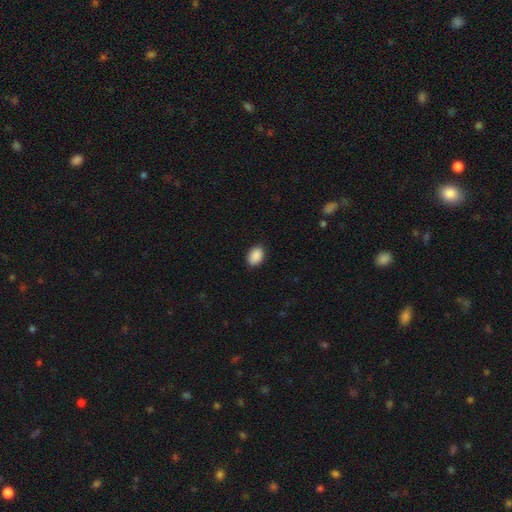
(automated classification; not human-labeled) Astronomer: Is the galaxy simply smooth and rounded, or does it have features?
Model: smooth — 90%.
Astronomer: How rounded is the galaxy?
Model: in between — 83%.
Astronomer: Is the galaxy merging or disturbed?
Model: none — 88%.